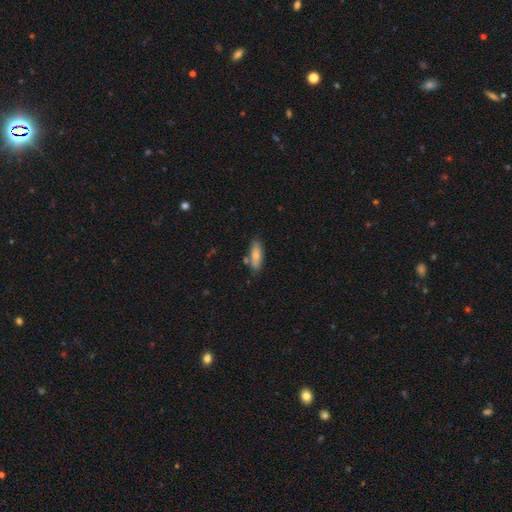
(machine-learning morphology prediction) Smooth or featured? Predicted: smooth (p=0.78). How rounded? Predicted: in between (p=0.63). Merging? Predicted: none (p=0.77).